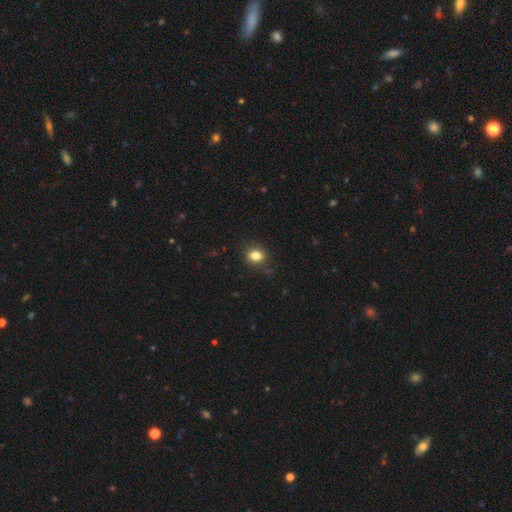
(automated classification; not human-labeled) smooth_or_featured: smooth (p=0.83) [alt: star or artifact p=0.11]
how_rounded: round (p=0.59) [alt: in between p=0.40]
merging: none (p=0.85) [alt: minor disturbance p=0.11]